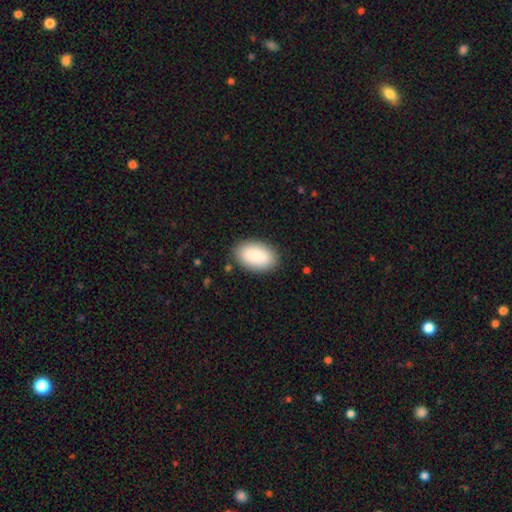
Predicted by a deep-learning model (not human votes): smooth_or_featured: smooth (p=0.88) [alt: star or artifact p=0.06]
how_rounded: in between (p=0.94) [alt: round p=0.05]
merging: none (p=0.86) [alt: minor disturbance p=0.10]